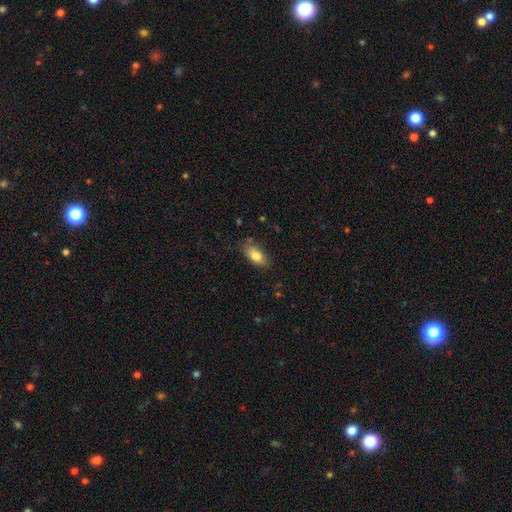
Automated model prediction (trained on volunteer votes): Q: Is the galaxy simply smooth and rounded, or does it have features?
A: smooth — 80%.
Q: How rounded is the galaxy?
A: in between — 88%.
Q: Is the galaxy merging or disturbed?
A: none — 78%.